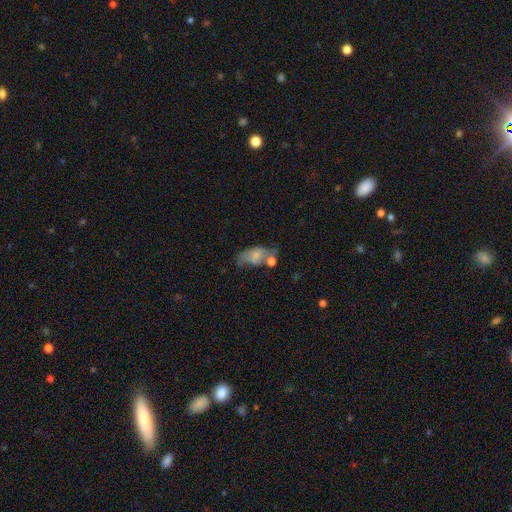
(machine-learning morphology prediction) Smooth or featured? smooth (59%)
How rounded? in between (87%)
Merging? none (28%)